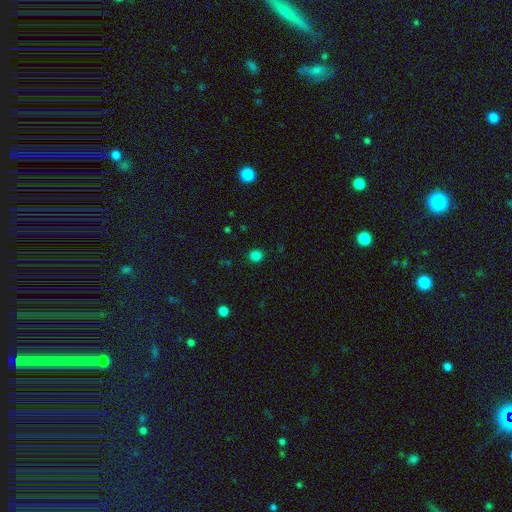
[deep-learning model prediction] Smooth or featured: smooth — 82% (star or artifact — 15%)
How rounded: round — 86% (in between — 13%)
Merging: none — 90% (minor disturbance — 6%)